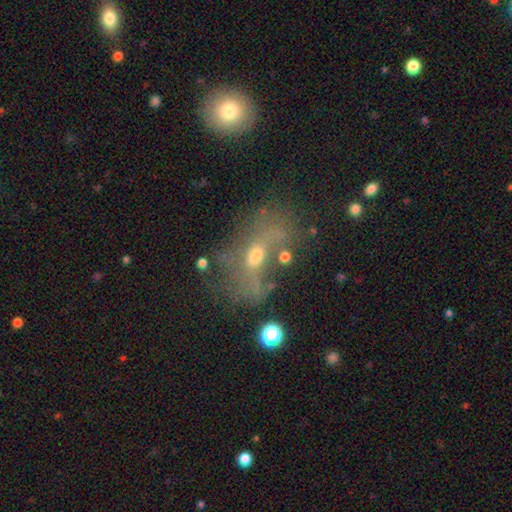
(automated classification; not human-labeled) smooth-or-featured: featured or disk: 48% | smooth: 32% | star or artifact: 20%
  merging: none: 38% | major disturbance: 32% | minor disturbance: 19% | merger: 11%